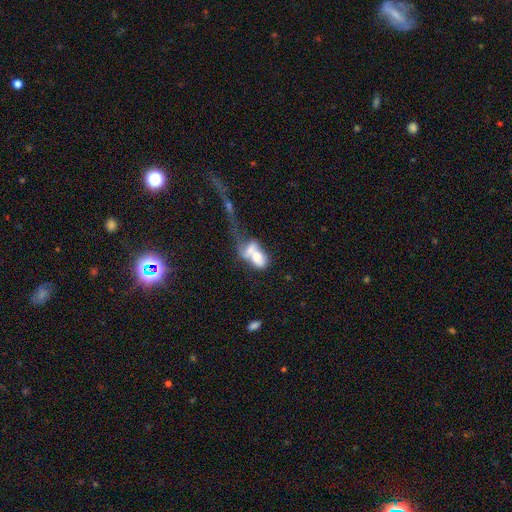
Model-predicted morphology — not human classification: smooth 57%, featured or disk 34%, star or artifact 9%. Down the decision tree: how rounded — in between (81%); merging — merger (64%).